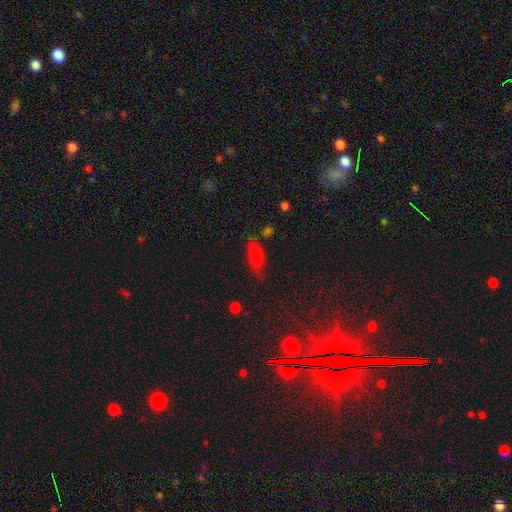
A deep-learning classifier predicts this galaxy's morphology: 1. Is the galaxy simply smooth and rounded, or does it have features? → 69% smooth, 17% star or artifact, 14% featured or disk.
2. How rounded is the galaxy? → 73% in between, 23% cigar-shaped, 4% round.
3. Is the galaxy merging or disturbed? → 71% none, 19% minor disturbance, 5% major disturbance, 4% merger.